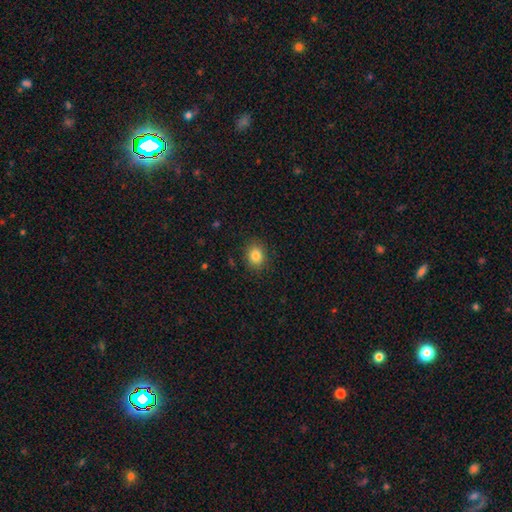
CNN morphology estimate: Q: Smooth or featured?
A: smooth (84%); runner-up: star or artifact (10%)
Q: How rounded?
A: round (63%); runner-up: in between (36%)
Q: Merging?
A: none (88%); runner-up: minor disturbance (9%)